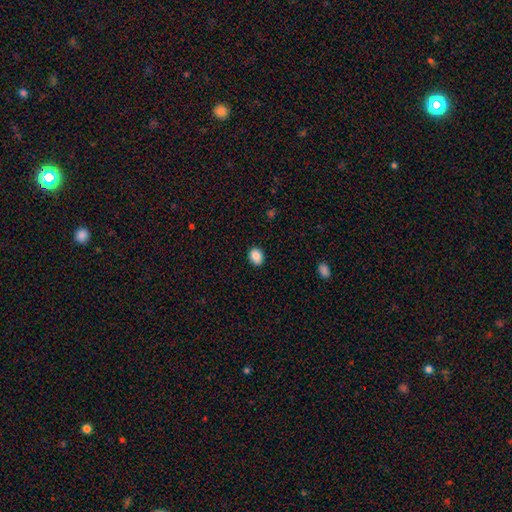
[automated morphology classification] A smooth galaxy with no disk features (88%) that is in between round and cigar-shaped (51%).

Vote fractions:
- Smooth or featured? smooth: 88% / star or artifact: 9% / featured or disk: 3%
- How rounded? in between: 51% / round: 48% / cigar-shaped: 1%
- Merging? none: 88% / minor disturbance: 9% / major disturbance: 2% / merger: 1%